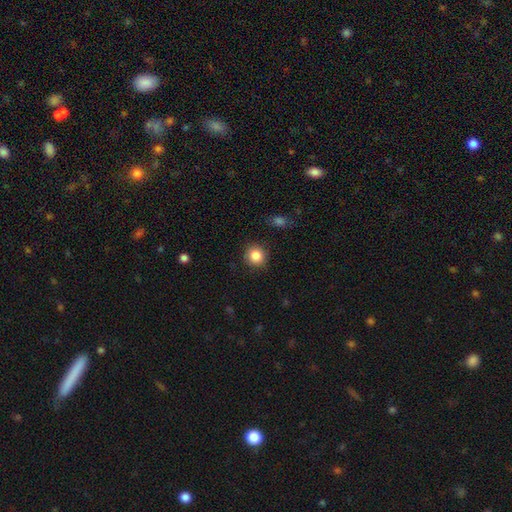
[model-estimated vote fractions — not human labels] The model was most divided on "smooth or featured": smooth: 85%, star or artifact: 10%, featured or disk: 5%. More confident: how rounded — round (90%); merging — none (89%).